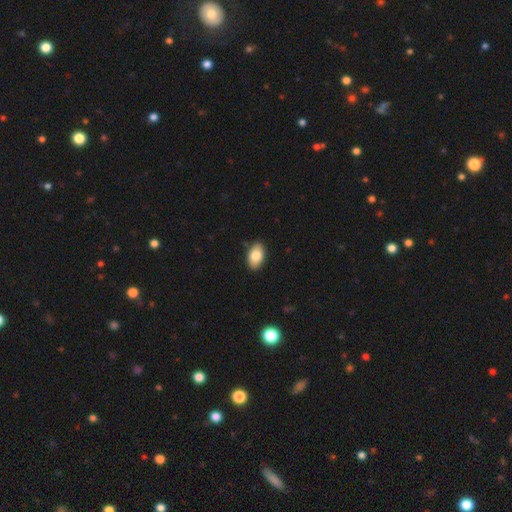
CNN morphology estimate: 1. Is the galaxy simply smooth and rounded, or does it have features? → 83% smooth, 10% featured or disk, 7% star or artifact.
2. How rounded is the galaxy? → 92% in between, 6% round, 2% cigar-shaped.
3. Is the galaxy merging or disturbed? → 86% none, 10% minor disturbance, 2% major disturbance, 1% merger.